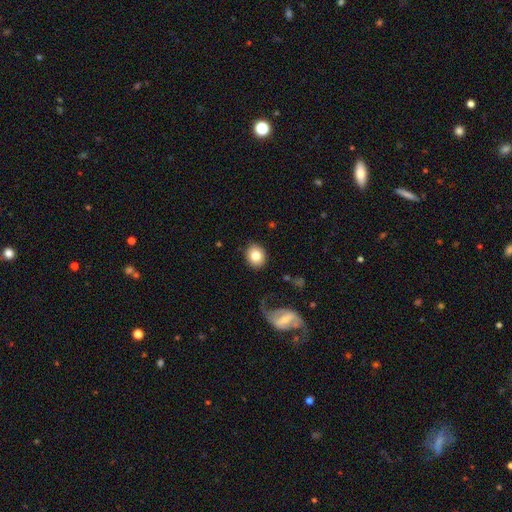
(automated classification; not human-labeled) Q: Smooth or featured?
A: smooth (79%); runner-up: featured or disk (12%)
Q: How rounded?
A: round (73%); runner-up: in between (26%)
Q: Merging?
A: none (86%); runner-up: minor disturbance (8%)